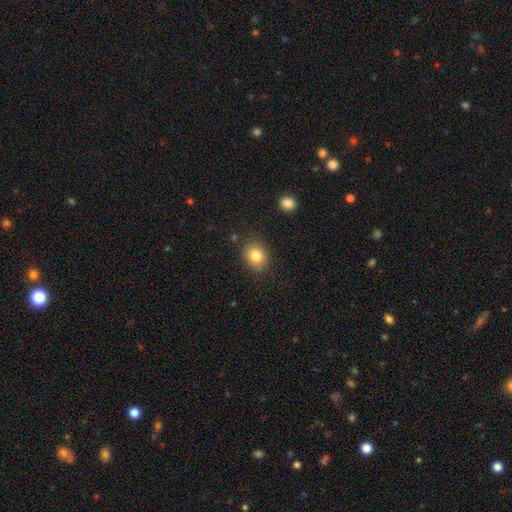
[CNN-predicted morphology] smooth-or-featured: smooth: 83% | star or artifact: 10% | featured or disk: 7%
  how-rounded: round: 67% | in between: 32% | cigar-shaped: 1%
  merging: none: 84% | minor disturbance: 11% | major disturbance: 3% | merger: 2%